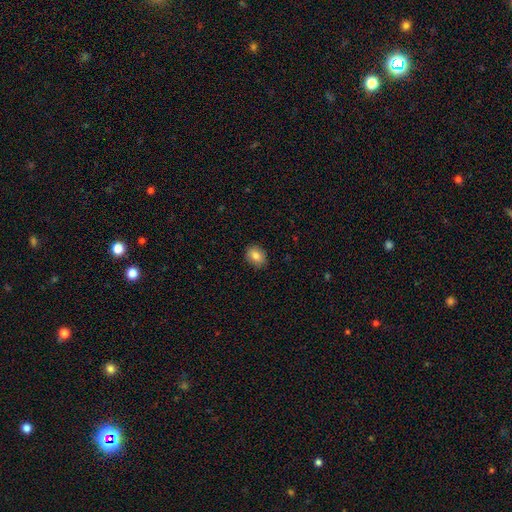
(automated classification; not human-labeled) smooth-or-featured: smooth: 81% | featured or disk: 10% | star or artifact: 9%
  how-rounded: in between: 53% | round: 46% | cigar-shaped: 1%
  merging: none: 86% | minor disturbance: 11% | major disturbance: 2% | merger: 1%